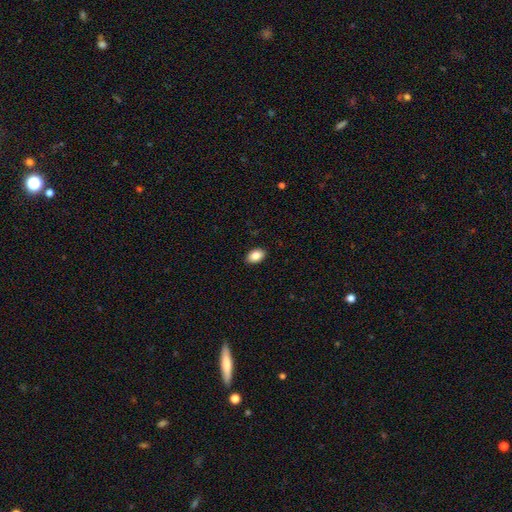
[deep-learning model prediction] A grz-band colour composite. It shows a smooth galaxy with no disk features (87%) that is in between round and cigar-shaped (88%). Merging: none (90%).